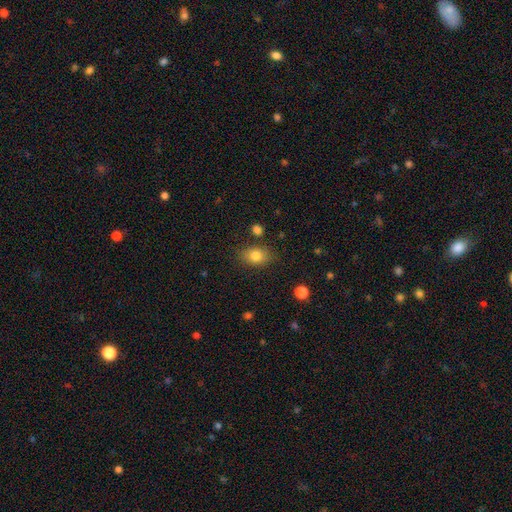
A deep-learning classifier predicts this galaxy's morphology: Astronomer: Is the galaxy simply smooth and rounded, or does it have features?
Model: smooth — 81%.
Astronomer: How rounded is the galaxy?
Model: in between — 72%.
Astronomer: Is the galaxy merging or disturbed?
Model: none — 79%.